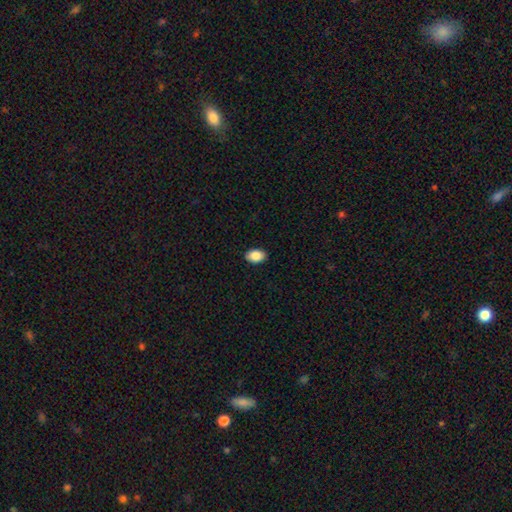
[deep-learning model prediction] smooth 87%, star or artifact 7%, featured or disk 5%. Down the decision tree: how rounded — in between (85%); merging — none (90%).